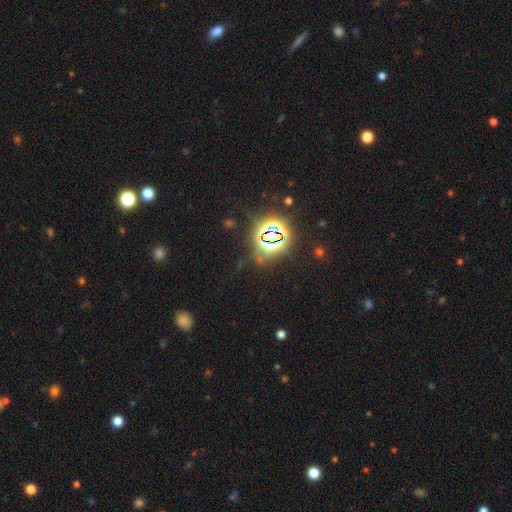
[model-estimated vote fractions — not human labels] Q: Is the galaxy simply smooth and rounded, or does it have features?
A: star or artifact — 82%.